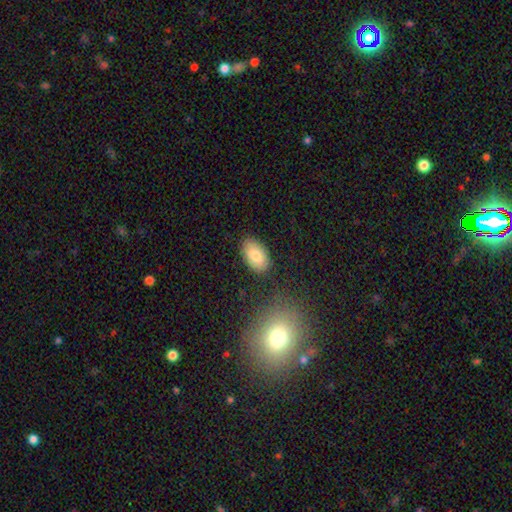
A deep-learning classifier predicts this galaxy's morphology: This appears to be a smooth galaxy with no disk features (81%) that is in between round and cigar-shaped (93%). Merging: none (85%).